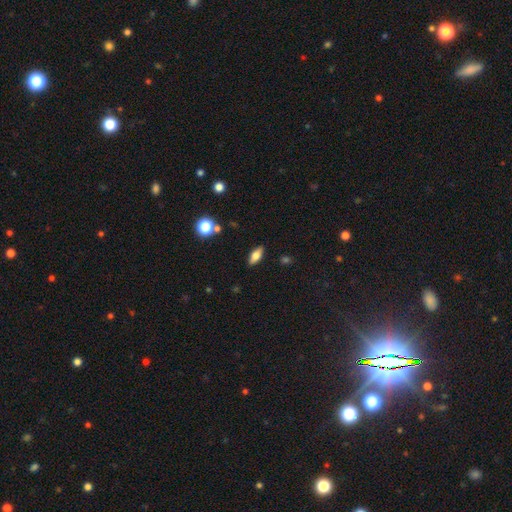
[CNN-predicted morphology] This is likely a smooth galaxy (66%). How rounded: likely in between (79%). Merging: clearly none (87%).